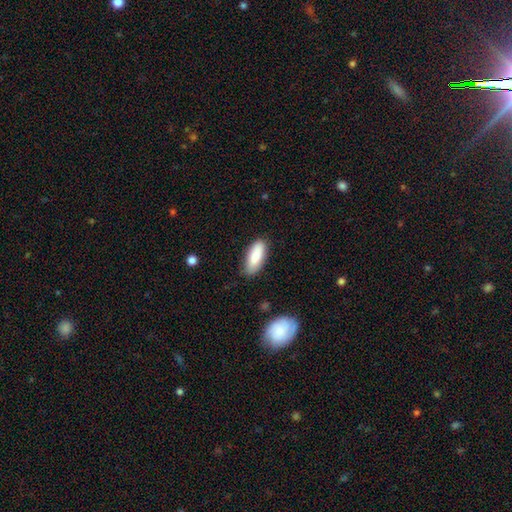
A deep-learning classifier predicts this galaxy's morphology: Smooth or featured? smooth (87%)
How rounded? in between (76%)
Merging? none (80%)